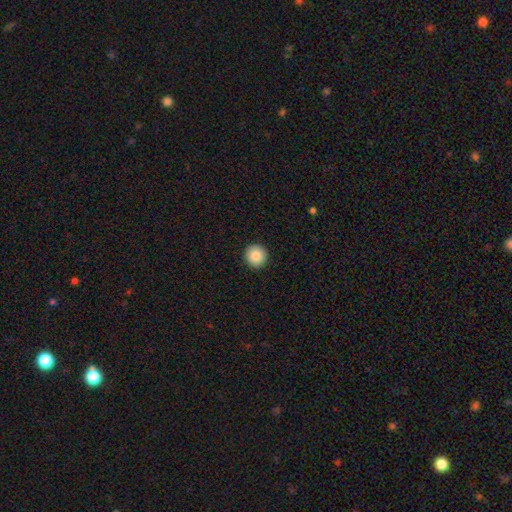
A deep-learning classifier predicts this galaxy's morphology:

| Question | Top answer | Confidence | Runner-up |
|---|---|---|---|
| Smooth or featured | smooth | 87% | star or artifact (9%) |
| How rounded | round | 95% | in between (4%) |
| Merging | none | 93% | minor disturbance (4%) |